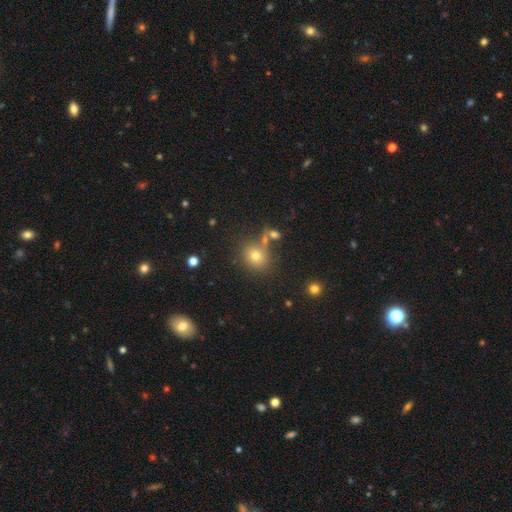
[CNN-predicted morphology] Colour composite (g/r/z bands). It shows a smooth galaxy with no disk features (72%) that is round (75%). Merging: none (70%).